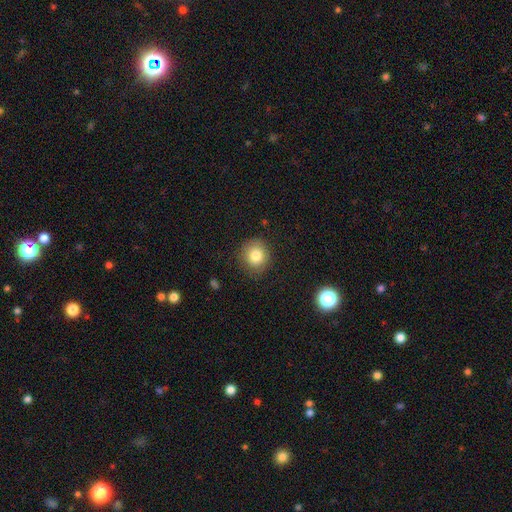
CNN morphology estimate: The model was most divided on "how rounded": round: 85%, in between: 14%, cigar-shaped: 1%. More confident: merging — none (83%); smooth or featured — smooth (83%).